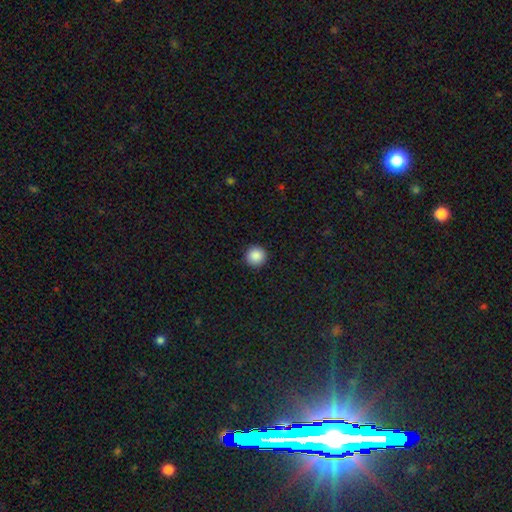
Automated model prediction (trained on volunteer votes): This is clearly a smooth galaxy (88%). How rounded: clearly round (96%). Merging: clearly none (92%).